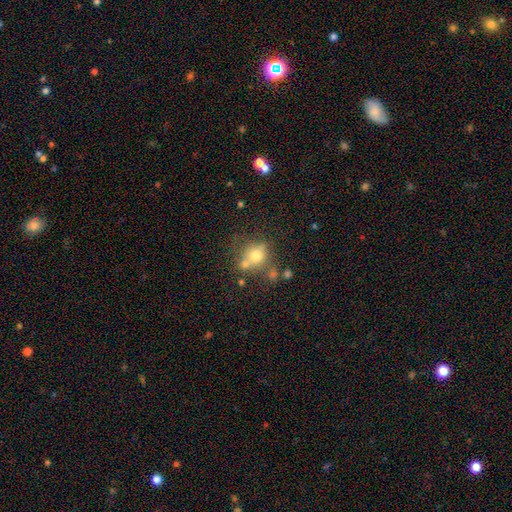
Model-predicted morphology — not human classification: Q: Smooth or featured?
A: smooth (69%); runner-up: featured or disk (17%)
Q: How rounded?
A: round (77%); runner-up: in between (22%)
Q: Merging?
A: none (52%); runner-up: merger (27%)